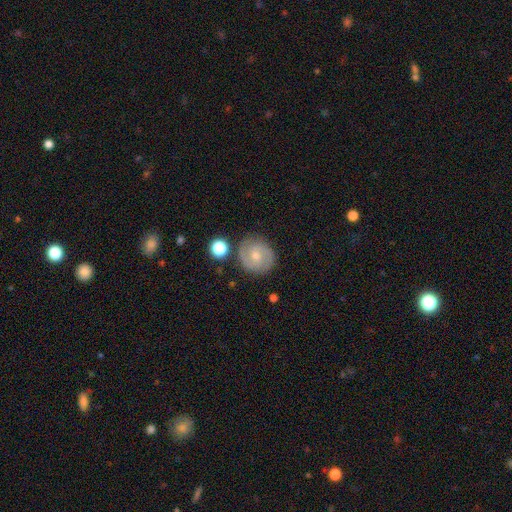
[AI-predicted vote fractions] The model was most divided on "spiral winding": tight: 46%, medium: 43%, loose: 11%. More confident: edge-on disk — no (98%); spiral arms — yes (92%); merging — none (80%); spiral arm count — 2 (79%); smooth or featured — featured or disk (68%); bar — no (54%); bulge size — small (50%).